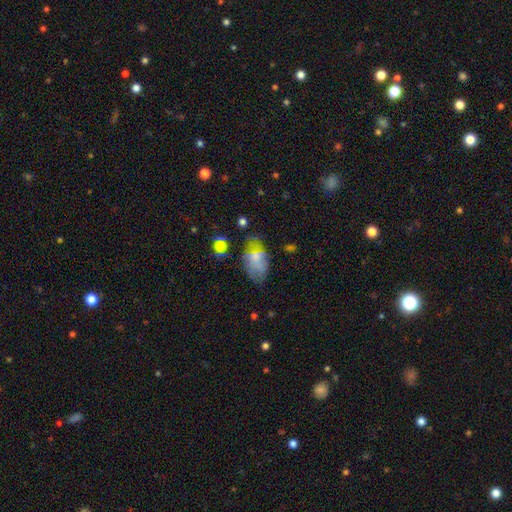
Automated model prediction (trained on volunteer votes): This appears to be a smooth galaxy with no disk features (59%) that is in between round and cigar-shaped (91%). Merging: none (57%).